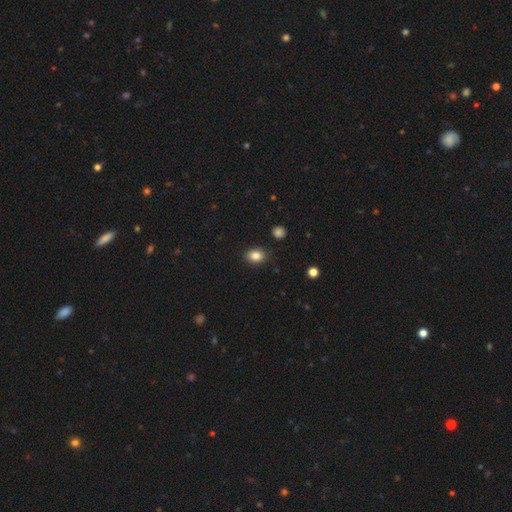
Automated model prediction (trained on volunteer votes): smooth-or-featured: smooth: 85% | star or artifact: 10% | featured or disk: 5%
  how-rounded: in between: 61% | round: 38% | cigar-shaped: 1%
  merging: none: 86% | minor disturbance: 10% | major disturbance: 2% | merger: 2%